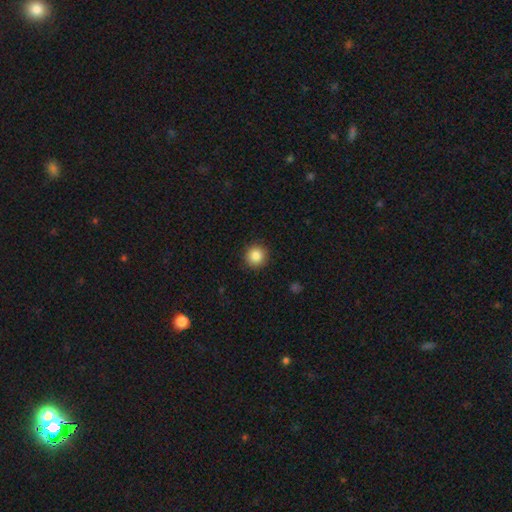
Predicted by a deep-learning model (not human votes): smooth-or-featured: smooth: 86% | star or artifact: 10% | featured or disk: 5%
  how-rounded: round: 94% | in between: 5% | cigar-shaped: 1%
  merging: none: 91% | minor disturbance: 6% | major disturbance: 2% | merger: 1%